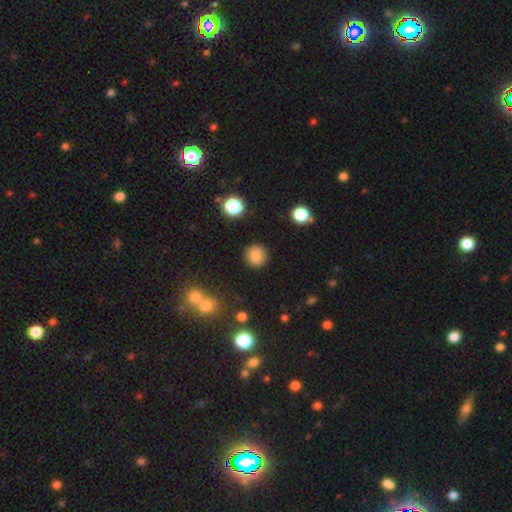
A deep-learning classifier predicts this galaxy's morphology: This is clearly a smooth galaxy (82%). How rounded: clearly round (93%). Merging: clearly none (90%).